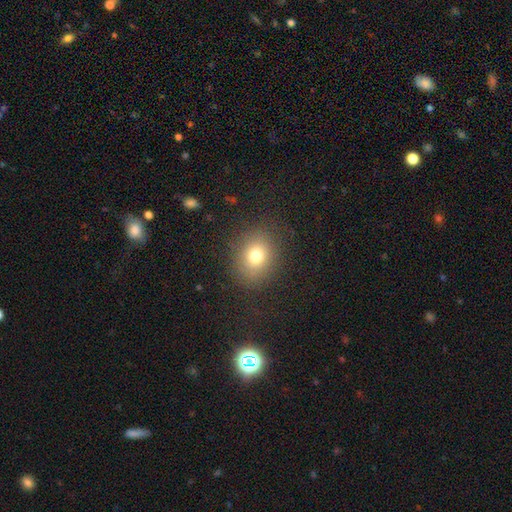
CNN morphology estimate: smooth-or-featured: smooth: 76% | star or artifact: 14% | featured or disk: 10%
  how-rounded: round: 62% | in between: 37% | cigar-shaped: 1%
  merging: none: 84% | minor disturbance: 10% | major disturbance: 5% | merger: 1%